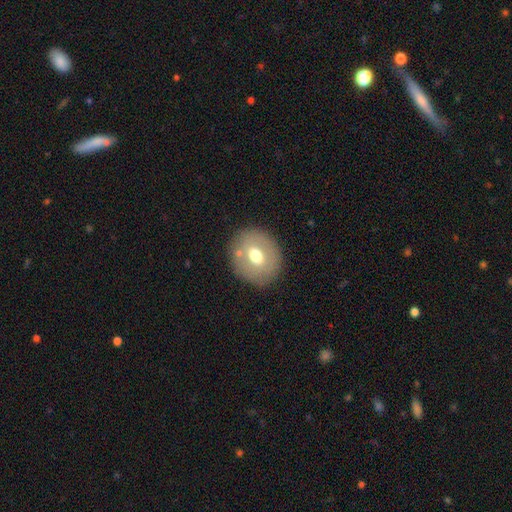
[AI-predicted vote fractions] A smooth galaxy with no disk features (61%) that is round (67%). Merging: none (81%).